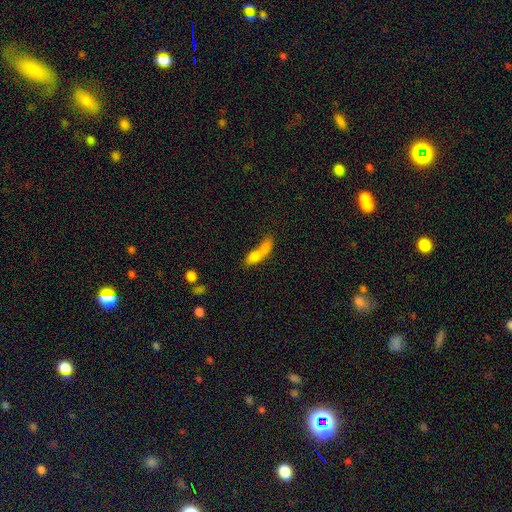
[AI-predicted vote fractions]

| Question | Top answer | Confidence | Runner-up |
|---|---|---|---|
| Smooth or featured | smooth | 63% | featured or disk (23%) |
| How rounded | in between | 46% | cigar-shaped (43%) |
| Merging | merger | 49% | none (25%) |